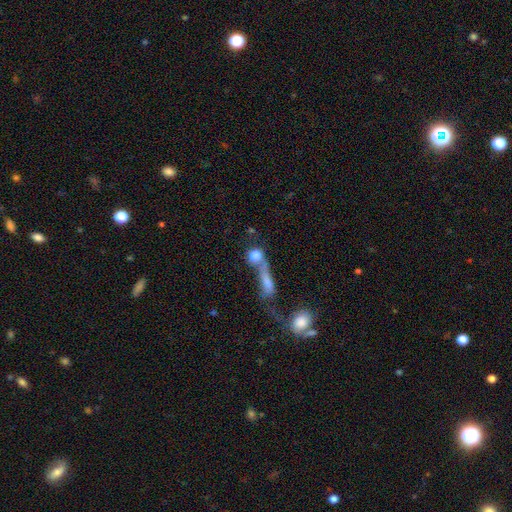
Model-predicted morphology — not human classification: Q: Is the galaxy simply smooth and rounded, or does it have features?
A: smooth — 75%.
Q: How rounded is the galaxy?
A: round — 65%.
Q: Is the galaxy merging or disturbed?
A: merger — 52%.